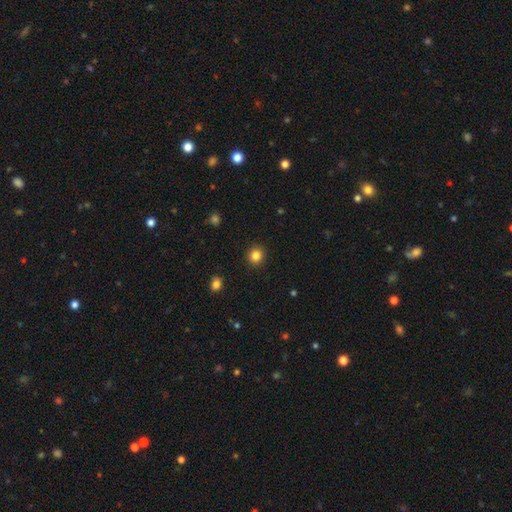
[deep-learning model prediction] This appears to be a smooth galaxy with no disk features (84%) that is round (90%). Merging: none (92%).